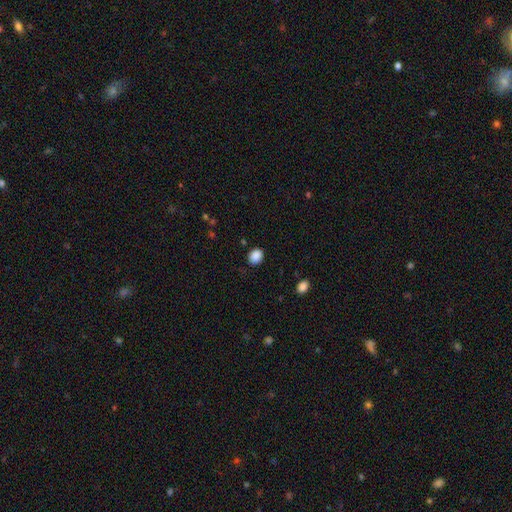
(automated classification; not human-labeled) Smooth or featured?
  - smooth: 88% *
  - star or artifact: 9%
  - featured or disk: 3%
How rounded?
  - round: 56% *
  - in between: 43%
  - cigar-shaped: 1%
Merging?
  - none: 86% *
  - minor disturbance: 10%
  - major disturbance: 3%
  - merger: 1%